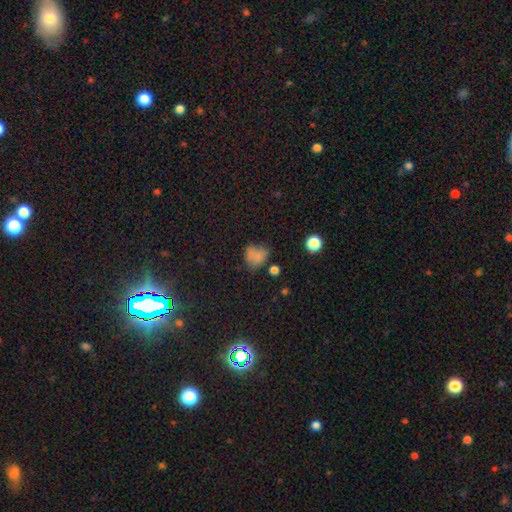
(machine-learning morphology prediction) type=smooth (71%); roundness=round (53%); merging=none (45%).